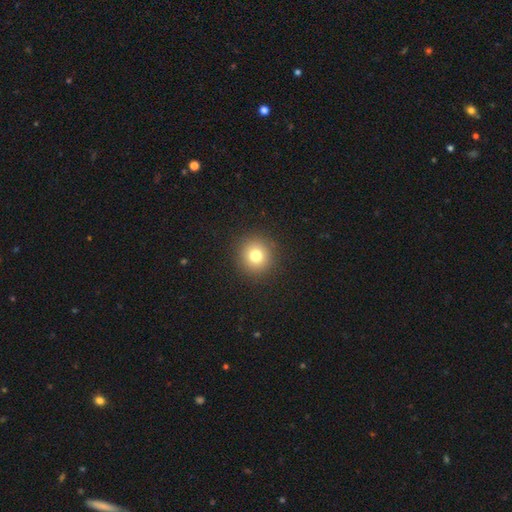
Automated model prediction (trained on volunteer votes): Morphology: type=smooth (77%); roundness=round (93%); merging=none (91%).